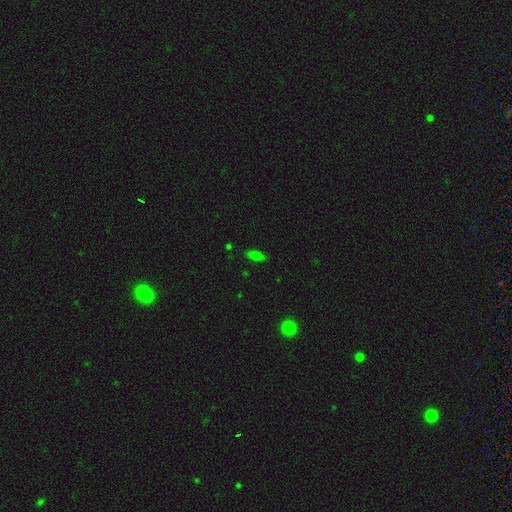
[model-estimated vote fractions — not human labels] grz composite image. It shows a smooth galaxy with no disk features (68%) that is in between round and cigar-shaped (66%). Merging: none (84%).